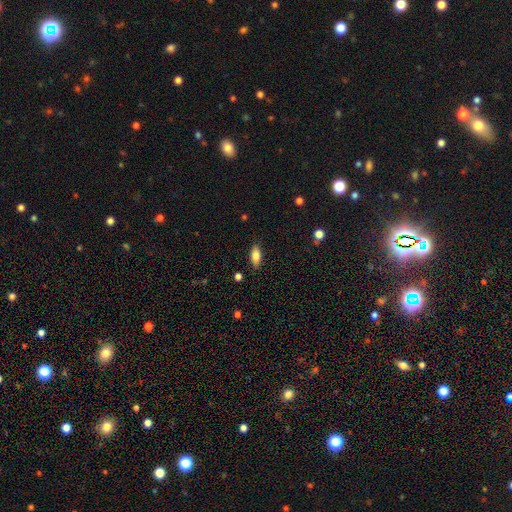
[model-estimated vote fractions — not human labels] Smooth or featured: smooth — 81% (featured or disk — 12%)
How rounded: in between — 82% (cigar-shaped — 15%)
Merging: none — 86% (minor disturbance — 11%)